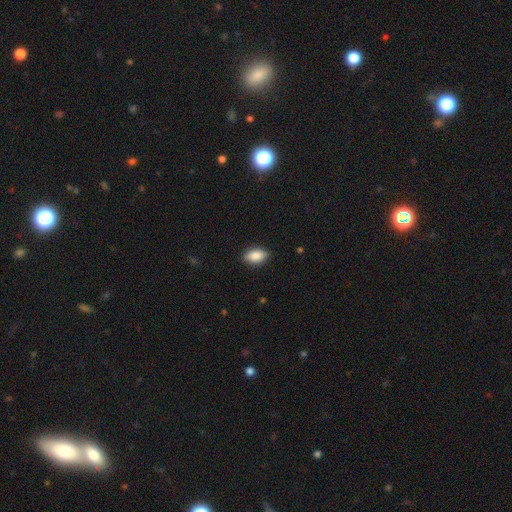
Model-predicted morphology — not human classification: Smooth or featured? smooth (87%)
How rounded? in between (91%)
Merging? none (87%)